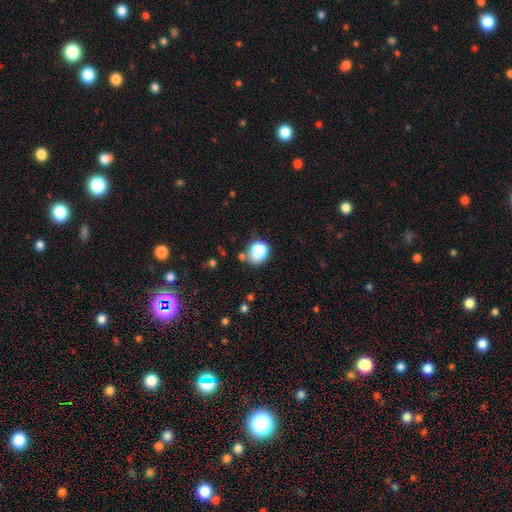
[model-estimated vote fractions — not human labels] A smooth galaxy with no disk features (79%) that is round (59%). Merging: none (52%).